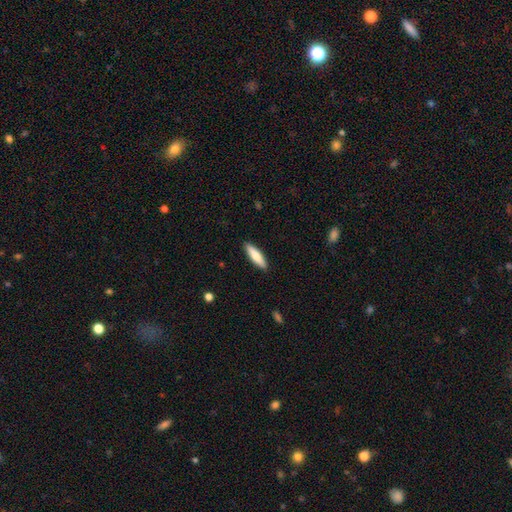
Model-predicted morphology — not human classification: This is likely a smooth galaxy (75%). How rounded: likely cigar-shaped (67%). Merging: clearly none (90%).